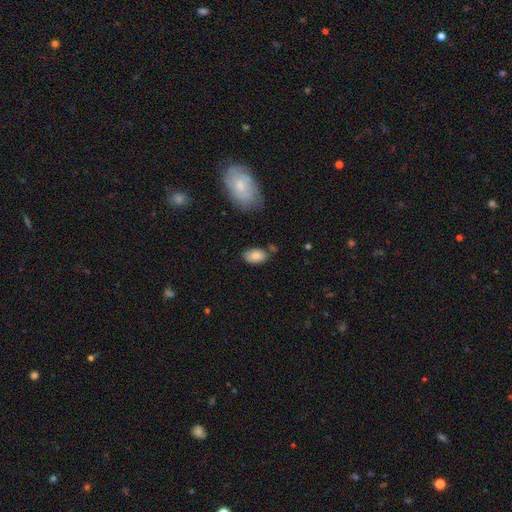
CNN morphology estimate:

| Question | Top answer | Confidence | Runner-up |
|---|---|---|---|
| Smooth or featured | smooth | 85% | featured or disk (8%) |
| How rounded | in between | 92% | round (6%) |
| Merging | none | 75% | minor disturbance (16%) |